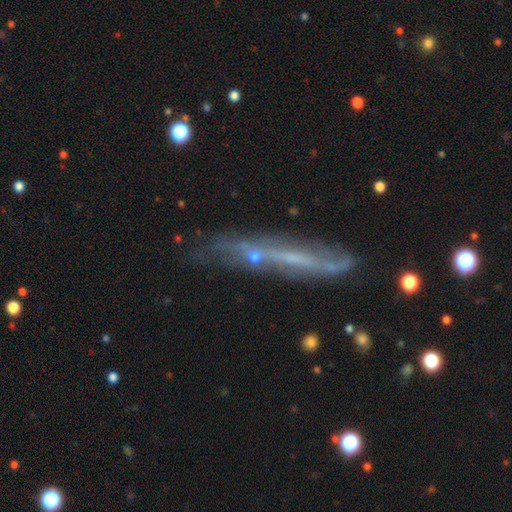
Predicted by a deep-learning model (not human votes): Smooth or featured: featured or disk — 64% (smooth — 26%)
Edge-on disk: yes — 67% (no — 33%)
Merging: none — 59% (minor disturbance — 22%)